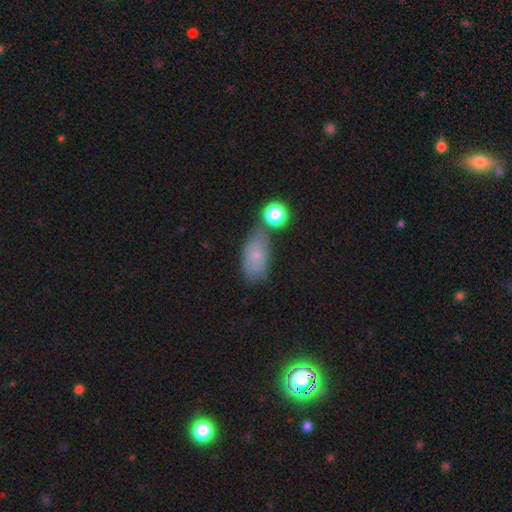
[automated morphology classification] Smooth or featured? Predicted: smooth (p=0.67). How rounded? Predicted: in between (p=0.87). Merging? Predicted: none (p=0.55).